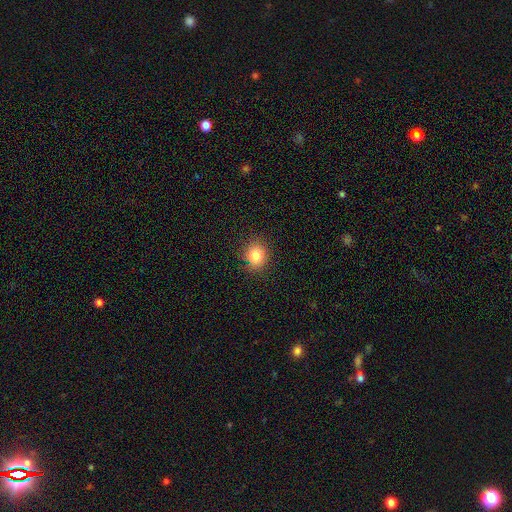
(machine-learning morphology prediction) This is clearly a smooth galaxy (83%). How rounded: likely round (74%). Merging: clearly none (88%).